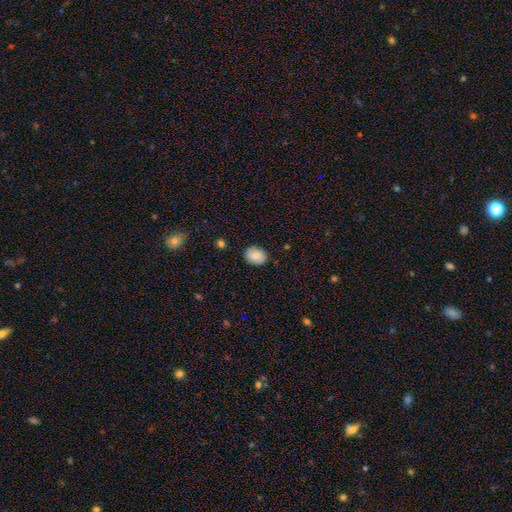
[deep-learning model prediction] Overall: smooth (86%). How rounded: in between (51%; round 48%). Merging: none (86%).